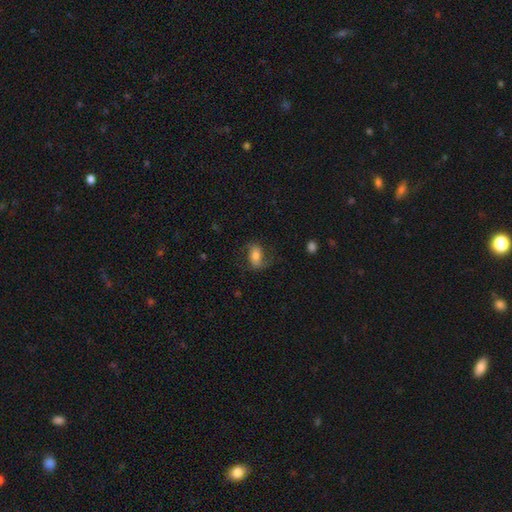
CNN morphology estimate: Smooth or featured?
  - smooth: 50% *
  - featured or disk: 42%
  - star or artifact: 9%
Merging?
  - none: 63% *
  - minor disturbance: 20%
  - major disturbance: 15%
  - merger: 1%